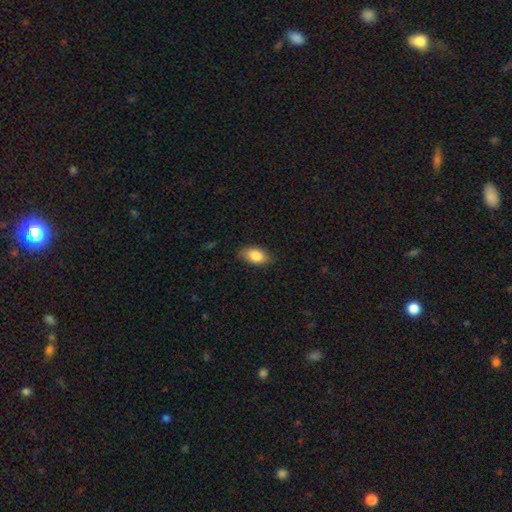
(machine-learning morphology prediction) A smooth galaxy with no disk features (85%) that is in between round and cigar-shaped (91%). Merging: none (82%).